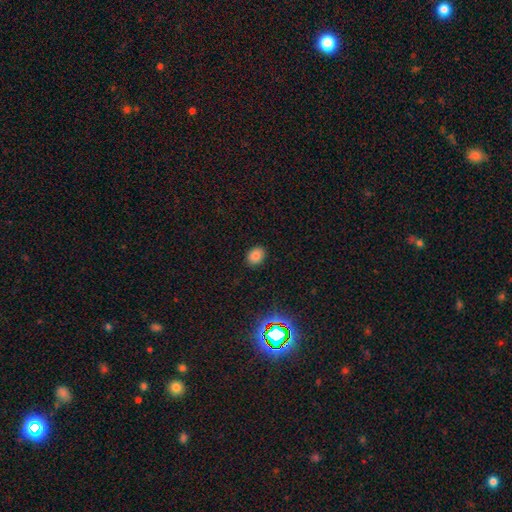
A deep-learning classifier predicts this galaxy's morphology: The model was most divided on "how rounded": in between: 59%, round: 40%, cigar-shaped: 1%. More confident: merging — none (89%); smooth or featured — smooth (80%).